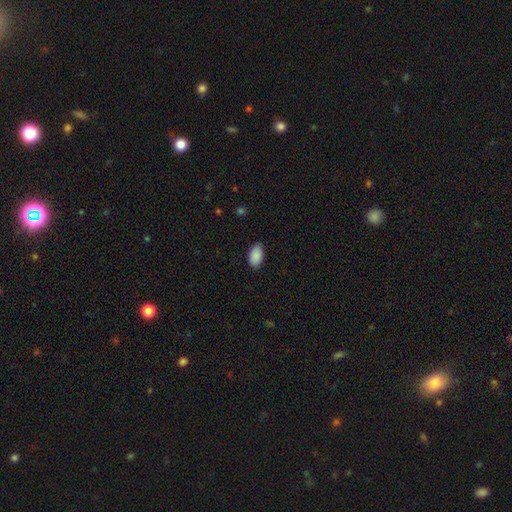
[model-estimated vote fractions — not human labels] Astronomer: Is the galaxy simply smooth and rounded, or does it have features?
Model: smooth — 90%.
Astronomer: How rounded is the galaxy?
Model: in between — 94%.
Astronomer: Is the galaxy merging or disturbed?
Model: none — 85%.